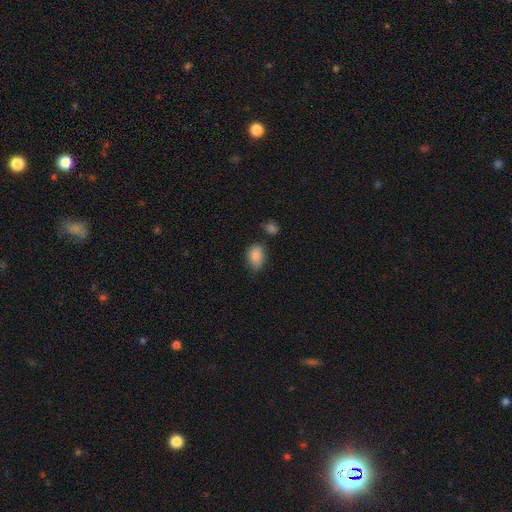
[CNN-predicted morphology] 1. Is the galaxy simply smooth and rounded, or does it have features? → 86% smooth, 8% star or artifact, 5% featured or disk.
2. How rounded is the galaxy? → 80% in between, 19% round, 1% cigar-shaped.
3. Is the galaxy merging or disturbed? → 61% none, 27% minor disturbance, 6% major disturbance, 6% merger.